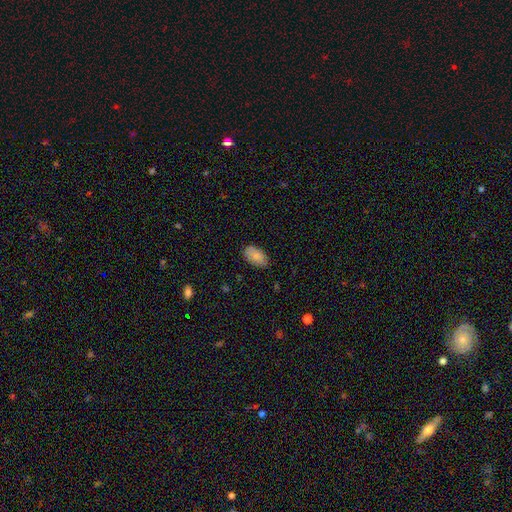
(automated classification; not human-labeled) smooth_or_featured: smooth (p=0.85) [alt: featured or disk p=0.09]
how_rounded: in between (p=0.94) [alt: round p=0.04]
merging: none (p=0.81) [alt: minor disturbance p=0.15]